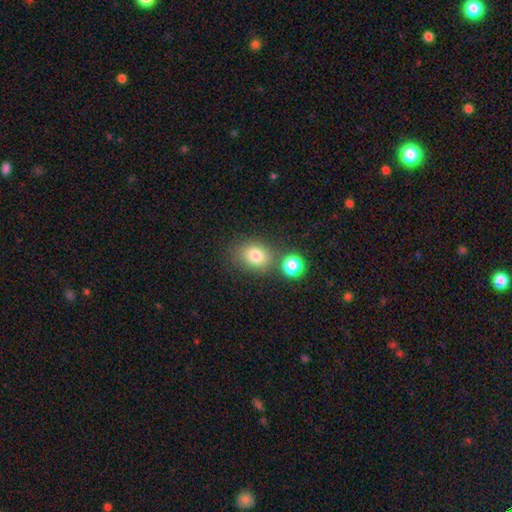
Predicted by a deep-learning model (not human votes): smooth_or_featured: smooth (p=0.79) [alt: star or artifact p=0.12]
how_rounded: in between (p=0.52) [alt: round p=0.47]
merging: none (p=0.67) [alt: merger p=0.16]